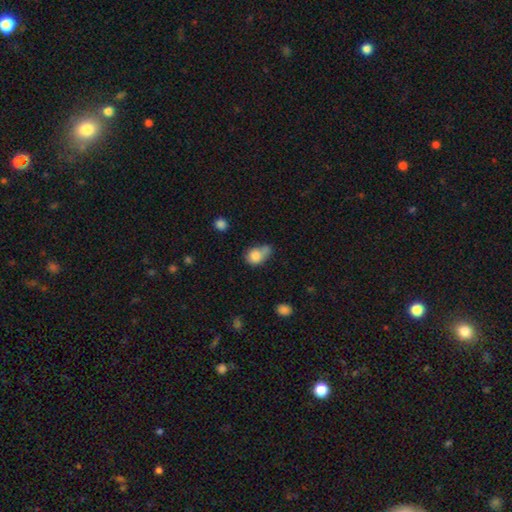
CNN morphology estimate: Smooth or featured? Predicted: smooth (p=0.80). How rounded? Predicted: in between (p=0.57). Merging? Predicted: none (p=0.29).